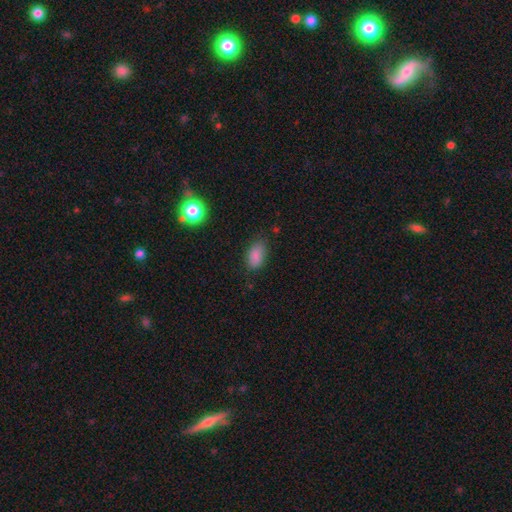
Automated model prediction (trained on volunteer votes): Morphology: type=smooth (85%); roundness=in between (90%); merging=none (76%).